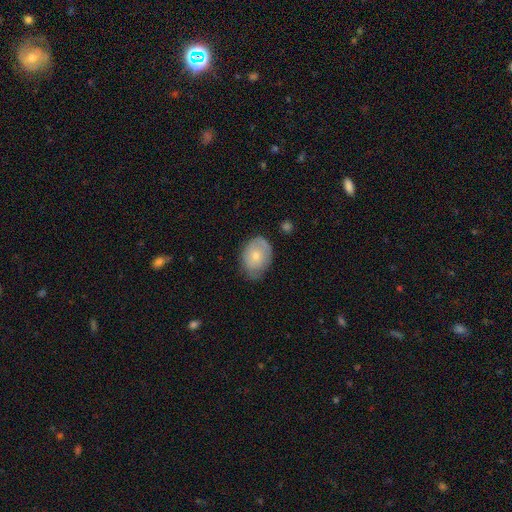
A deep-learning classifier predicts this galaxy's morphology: This is likely a smooth galaxy (61%). How rounded: likely in between (66%). Merging: possibly none (58%).